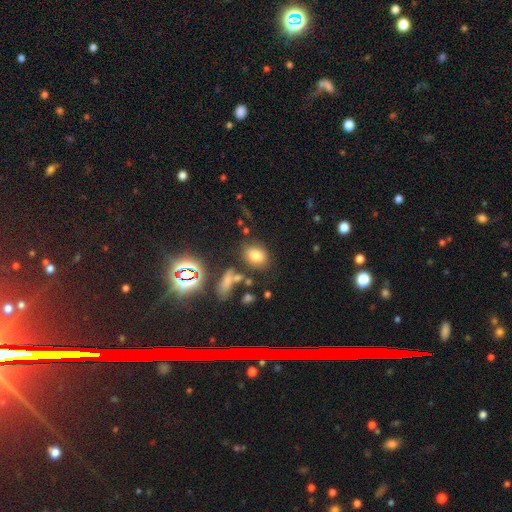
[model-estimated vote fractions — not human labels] Overall: smooth (74%). How rounded: in between (65%; round 33%). Merging: none (72%).